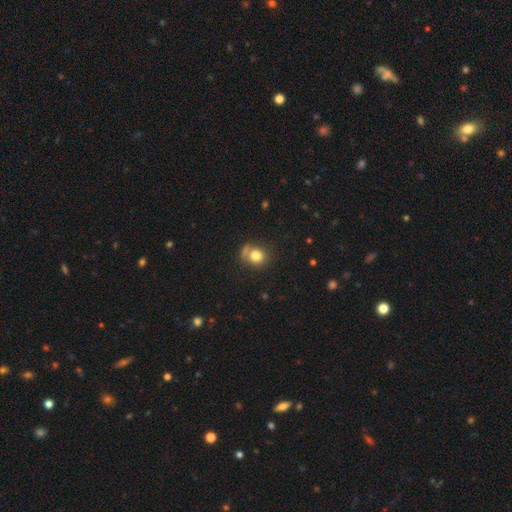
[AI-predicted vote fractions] This appears to be a smooth galaxy with no disk features (79%) that is round (74%). Merging: none (61%).